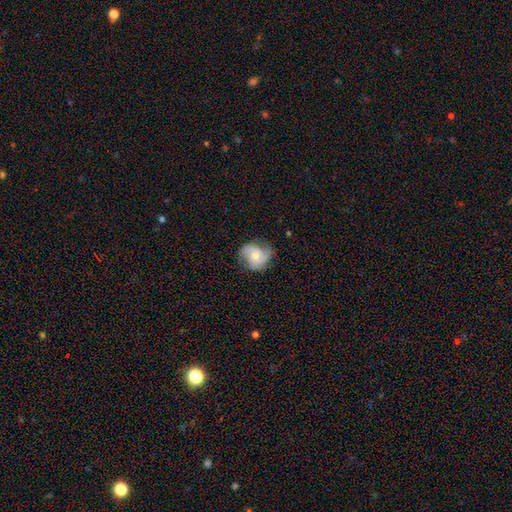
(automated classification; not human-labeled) Smooth or featured: featured or disk — 71% (smooth — 22%)
Edge-on disk: no — 98% (yes — 2%)
Bar: no — 69% (weak — 26%)
Spiral arms: yes — 95% (no — 5%)
Spiral winding: medium — 47% (tight — 33%)
Spiral arm count: 2 — 51% (3 — 28%)
Bulge size: small — 48% (moderate — 45%)
Merging: none — 72% (minor disturbance — 20%)